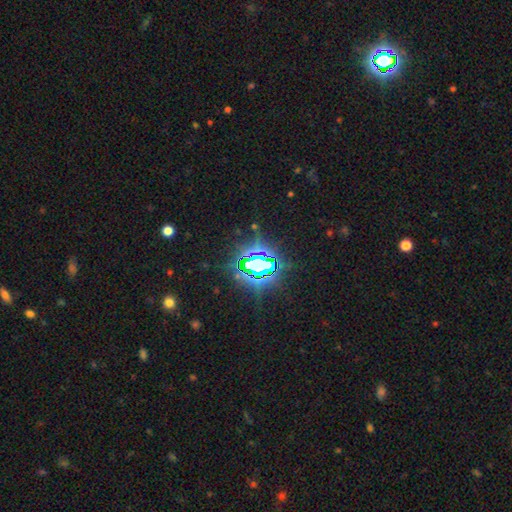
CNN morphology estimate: star or artifact 80%, smooth 11%, featured or disk 9%.